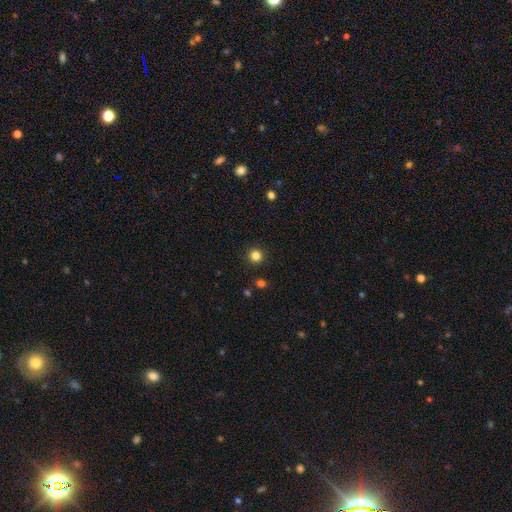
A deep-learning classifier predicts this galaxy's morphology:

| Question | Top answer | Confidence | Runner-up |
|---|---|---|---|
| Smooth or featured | smooth | 83% | star or artifact (13%) |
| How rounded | round | 95% | in between (4%) |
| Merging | none | 92% | minor disturbance (5%) |